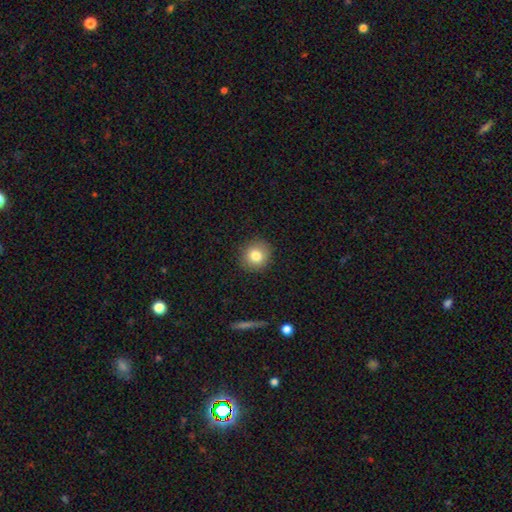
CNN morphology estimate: type=smooth (81%); roundness=round (89%); merging=none (89%).